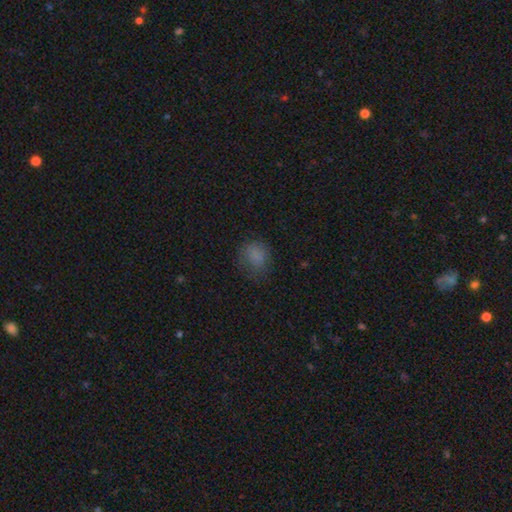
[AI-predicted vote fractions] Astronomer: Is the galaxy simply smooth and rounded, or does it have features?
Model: smooth — 79%.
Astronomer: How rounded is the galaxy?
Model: round — 58% (runner-up: in between, 40%).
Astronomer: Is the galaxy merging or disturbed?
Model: none — 67%.